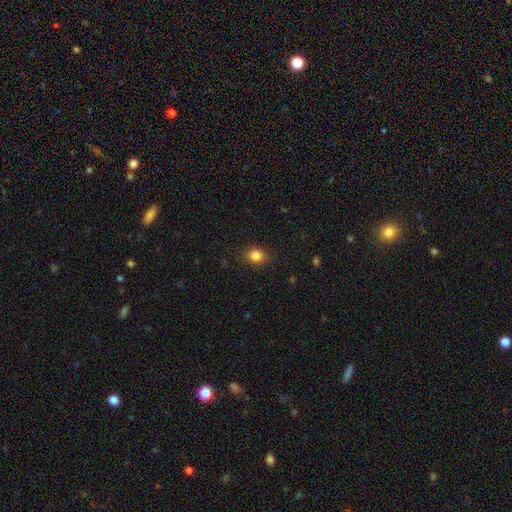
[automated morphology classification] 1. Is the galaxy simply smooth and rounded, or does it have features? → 85% smooth, 11% star or artifact, 5% featured or disk.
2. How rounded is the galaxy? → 54% round, 45% in between, 1% cigar-shaped.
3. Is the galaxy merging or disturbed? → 87% none, 10% minor disturbance, 3% major disturbance, 1% merger.